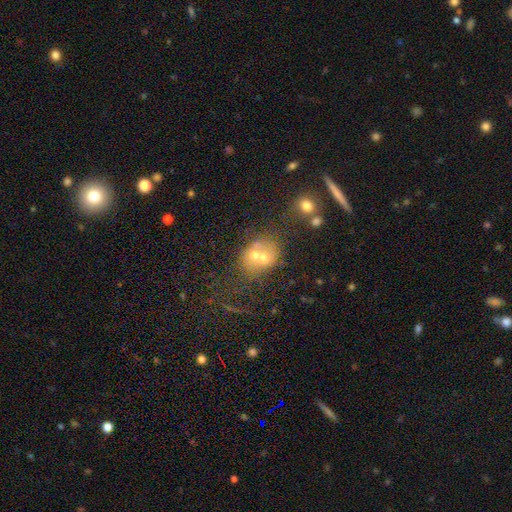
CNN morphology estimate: This appears to be a smooth galaxy with no disk features (52%) that is round (60%). Merging: merger (60%).